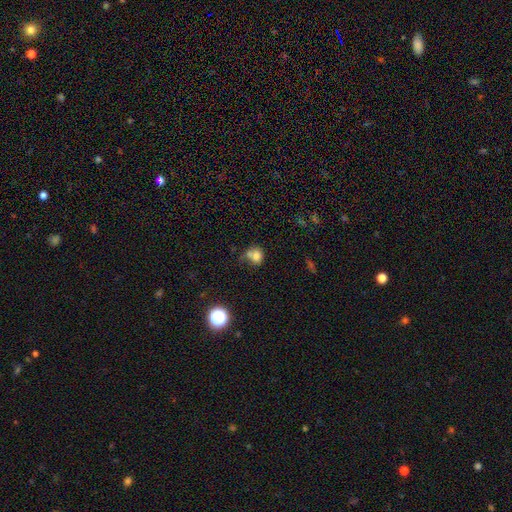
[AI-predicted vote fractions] This is likely a smooth galaxy (73%). How rounded: likely round (63%). Merging: marginally merger (38%).